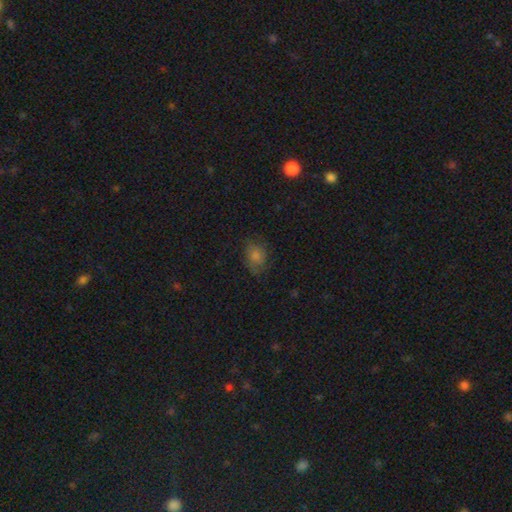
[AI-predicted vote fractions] The model was most divided on "how rounded": round: 54%, in between: 45%, cigar-shaped: 1%. More confident: merging — none (71%); smooth or featured — smooth (66%).